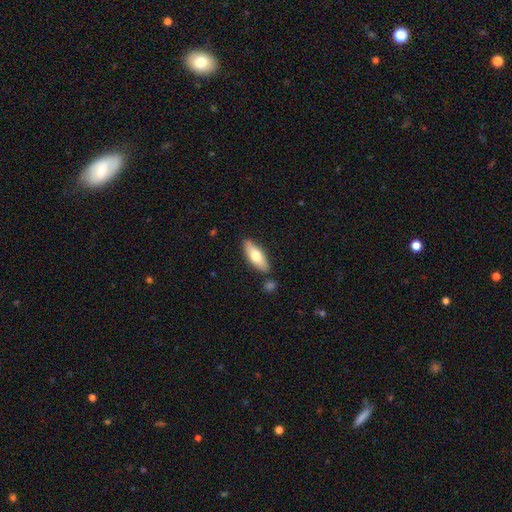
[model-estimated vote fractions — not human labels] A smooth galaxy with no disk features (65%) that is in between round and cigar-shaped (65%).

Vote fractions:
- Smooth or featured? smooth: 65% / featured or disk: 30% / star or artifact: 6%
- How rounded? in between: 65% / cigar-shaped: 33% / round: 2%
- Merging? none: 82% / minor disturbance: 11% / merger: 5% / major disturbance: 2%